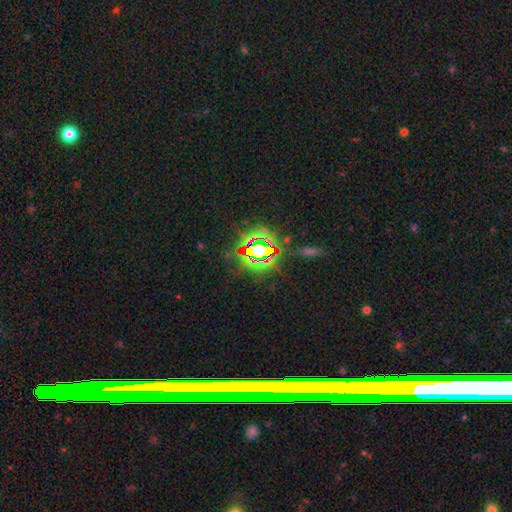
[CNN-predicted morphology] smooth_or_featured: star or artifact (p=0.73) [alt: smooth p=0.16]